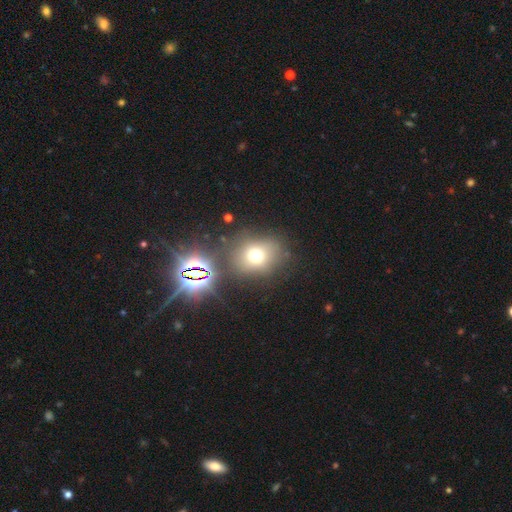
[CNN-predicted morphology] The model was most divided on "how rounded": round: 67%, in between: 32%, cigar-shaped: 1%. More confident: merging — none (75%); smooth or featured — smooth (65%).